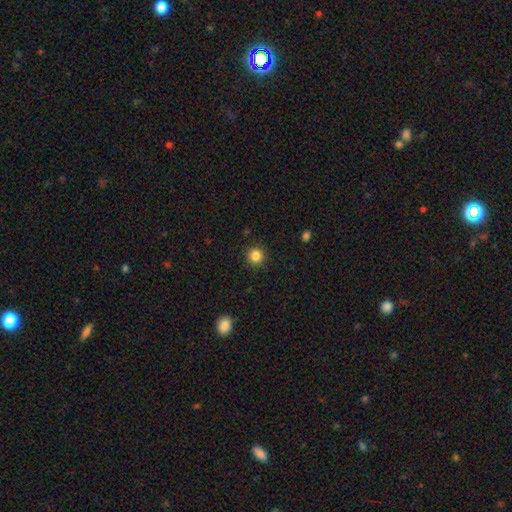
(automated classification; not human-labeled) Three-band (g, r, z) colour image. It shows a smooth galaxy with no disk features (85%) that is round (94%). Merging: none (92%).